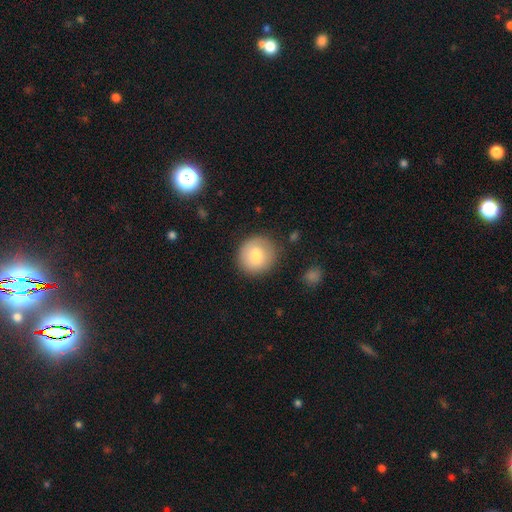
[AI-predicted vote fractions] Smooth or featured?
  - smooth: 78% *
  - featured or disk: 14%
  - star or artifact: 8%
How rounded?
  - round: 90% *
  - in between: 9%
  - cigar-shaped: 1%
Merging?
  - none: 83% *
  - minor disturbance: 11%
  - major disturbance: 4%
  - merger: 2%